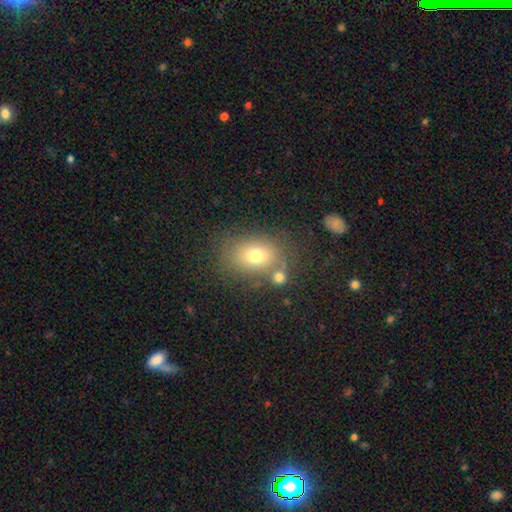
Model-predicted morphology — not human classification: Q: Smooth or featured?
A: smooth (71%); runner-up: featured or disk (17%)
Q: How rounded?
A: in between (71%); runner-up: round (27%)
Q: Merging?
A: none (67%); runner-up: minor disturbance (15%)